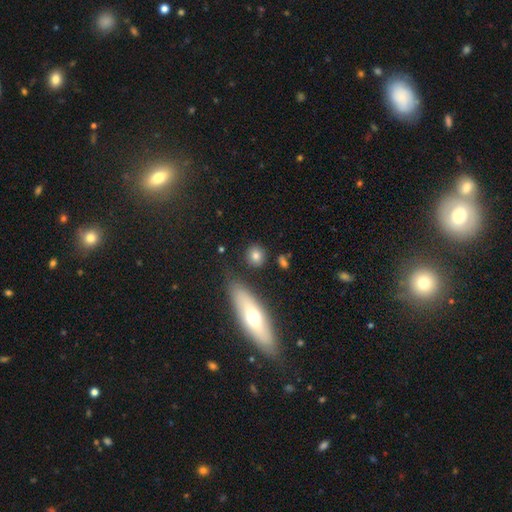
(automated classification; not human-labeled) Q: Smooth or featured?
A: smooth (79%); runner-up: featured or disk (11%)
Q: How rounded?
A: round (81%); runner-up: in between (16%)
Q: Merging?
A: none (83%); runner-up: minor disturbance (9%)